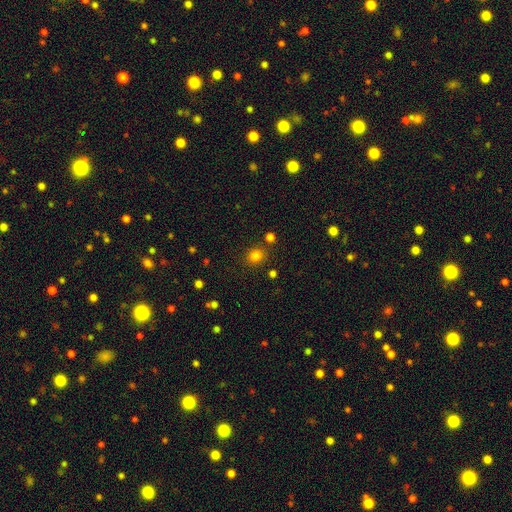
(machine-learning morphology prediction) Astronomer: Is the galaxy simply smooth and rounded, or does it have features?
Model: smooth — 80%.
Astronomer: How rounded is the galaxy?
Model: round — 74%.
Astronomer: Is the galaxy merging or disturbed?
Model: none — 84%.